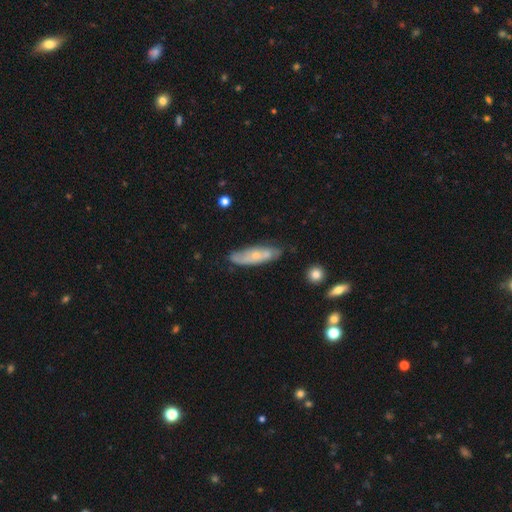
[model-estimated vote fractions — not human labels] A featured or disk galaxy (49%). Merging: none (64%).